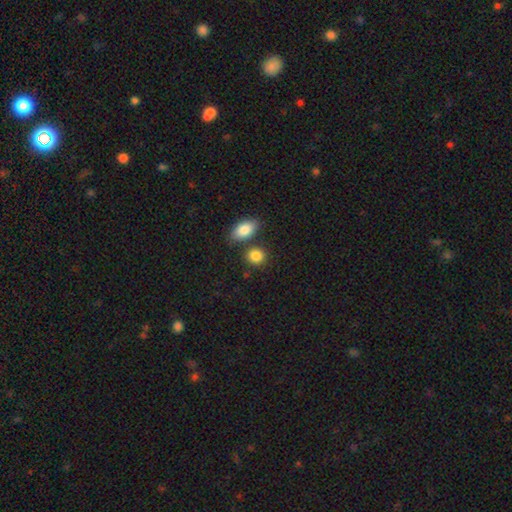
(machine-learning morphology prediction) Q: Smooth or featured?
A: smooth (87%); runner-up: star or artifact (8%)
Q: How rounded?
A: round (60%); runner-up: in between (38%)
Q: Merging?
A: none (71%); runner-up: merger (15%)